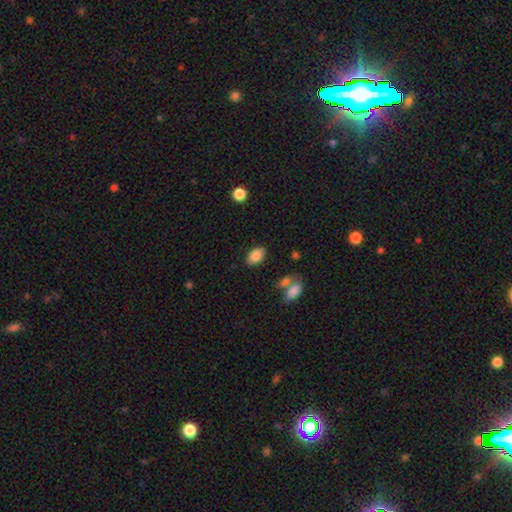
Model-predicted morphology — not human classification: smooth 85%, star or artifact 8%, featured or disk 7%. Down the decision tree: how rounded — in between (91%); merging — none (82%).